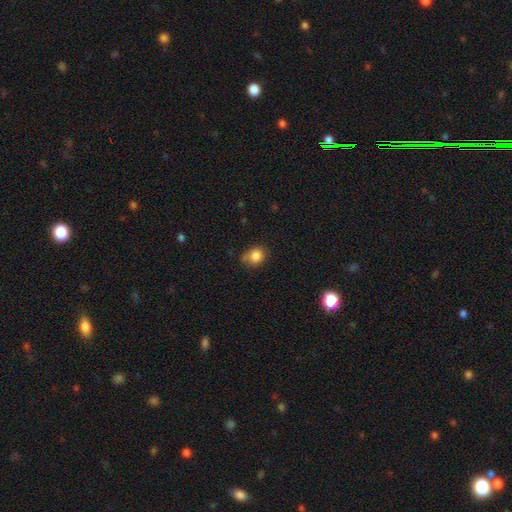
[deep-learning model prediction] smooth-or-featured: smooth: 84% | star or artifact: 10% | featured or disk: 6%
  how-rounded: round: 70% | in between: 29% | cigar-shaped: 1%
  merging: none: 60% | minor disturbance: 28% | major disturbance: 6% | merger: 6%